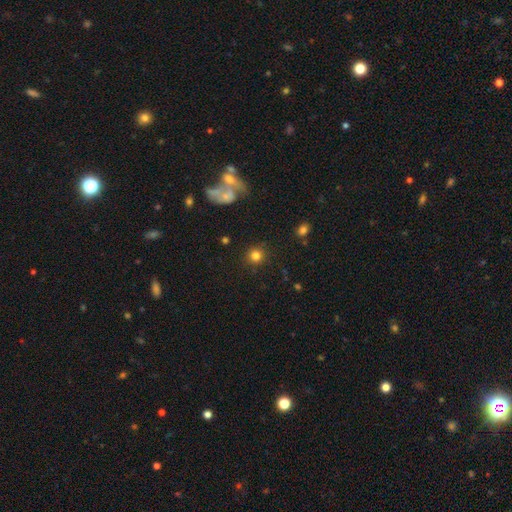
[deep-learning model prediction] Smooth or featured? smooth (80%)
How rounded? round (93%)
Merging? none (88%)